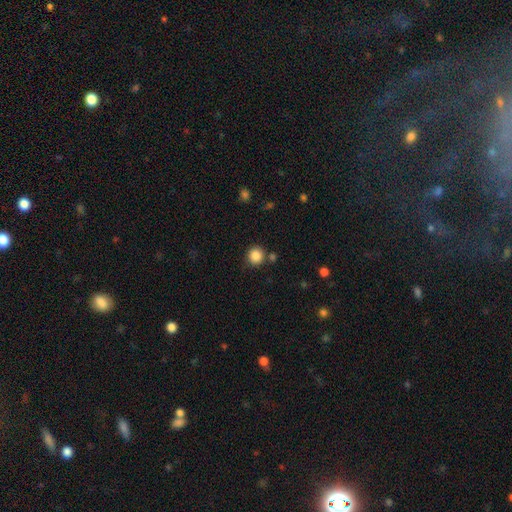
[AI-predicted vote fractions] smooth 86%, star or artifact 10%, featured or disk 4%. Down the decision tree: how rounded — round (91%); merging — none (81%).